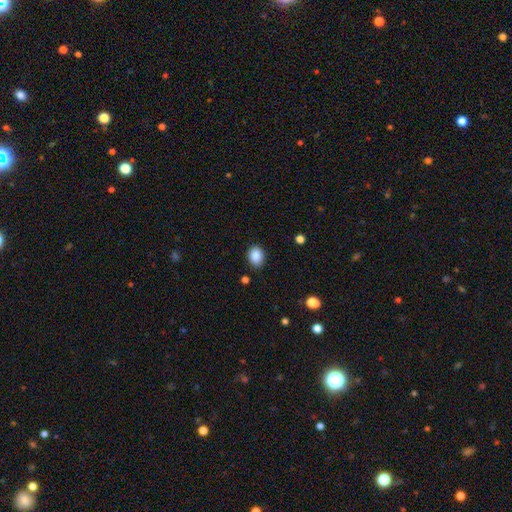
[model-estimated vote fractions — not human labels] A smooth galaxy with no disk features (89%) that is in between round and cigar-shaped (62%). Merging: none (84%).